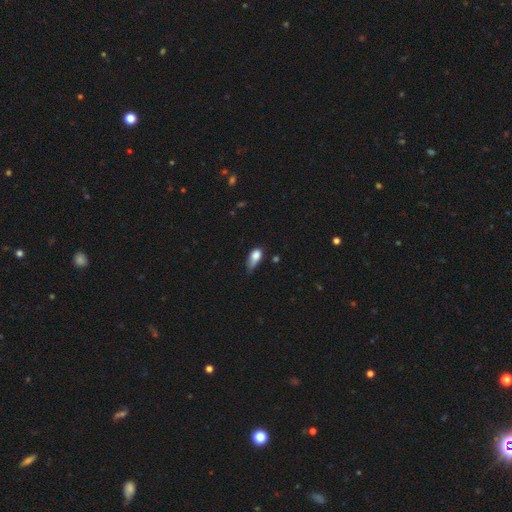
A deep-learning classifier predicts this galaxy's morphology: Smooth or featured?
  - smooth: 78% *
  - featured or disk: 13%
  - star or artifact: 9%
How rounded?
  - in between: 81% *
  - round: 10%
  - cigar-shaped: 9%
Merging?
  - minor disturbance: 47% *
  - major disturbance: 28%
  - none: 21%
  - merger: 5%